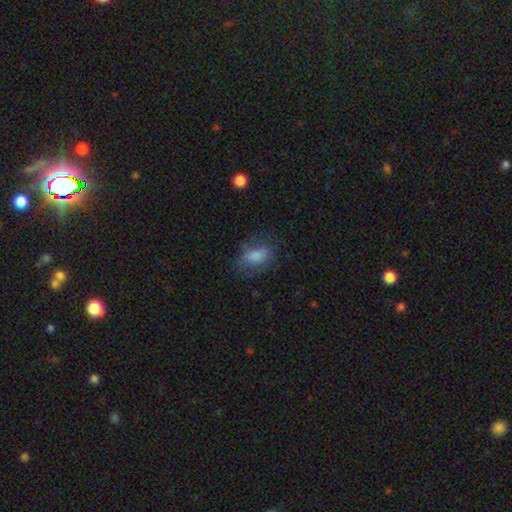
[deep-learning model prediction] smooth_or_featured: smooth (p=0.74) [alt: featured or disk p=0.16]
how_rounded: in between (p=0.84) [alt: round p=0.12]
merging: none (p=0.65) [alt: minor disturbance p=0.21]